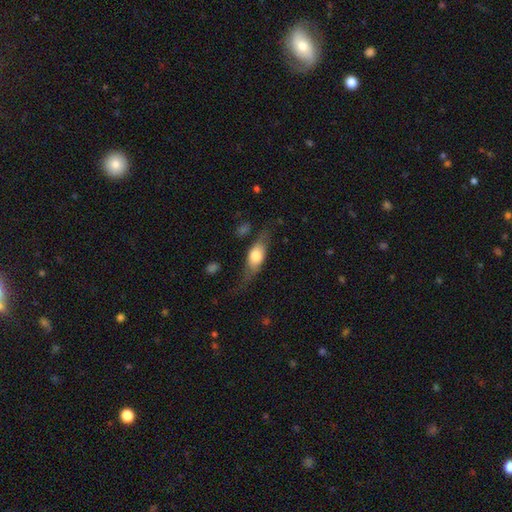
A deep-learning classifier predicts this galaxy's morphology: Smooth or featured?
  - smooth: 53% *
  - featured or disk: 42%
  - star or artifact: 6%
How rounded?
  - in between: 63% *
  - cigar-shaped: 32%
  - round: 5%
Merging?
  - none: 61% *
  - minor disturbance: 25%
  - major disturbance: 12%
  - merger: 3%